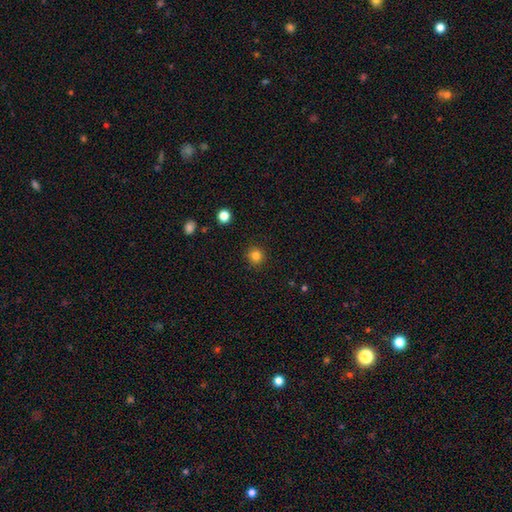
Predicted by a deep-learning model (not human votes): Smooth or featured? Predicted: smooth (p=0.82). How rounded? Predicted: round (p=0.94). Merging? Predicted: none (p=0.91).